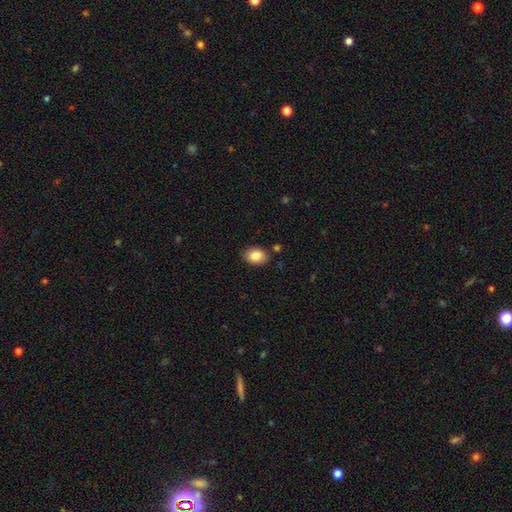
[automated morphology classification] A smooth galaxy with no disk features (86%) that is in between round and cigar-shaped (72%). Merging: none (86%).